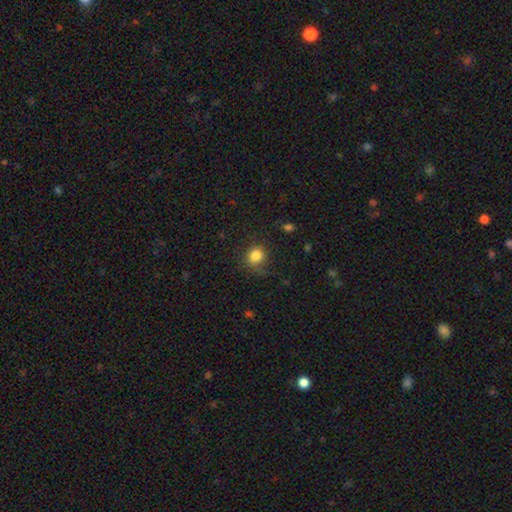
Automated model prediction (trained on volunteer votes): Smooth or featured: smooth — 83% (star or artifact — 12%)
How rounded: round — 78% (in between — 21%)
Merging: none — 77% (minor disturbance — 16%)